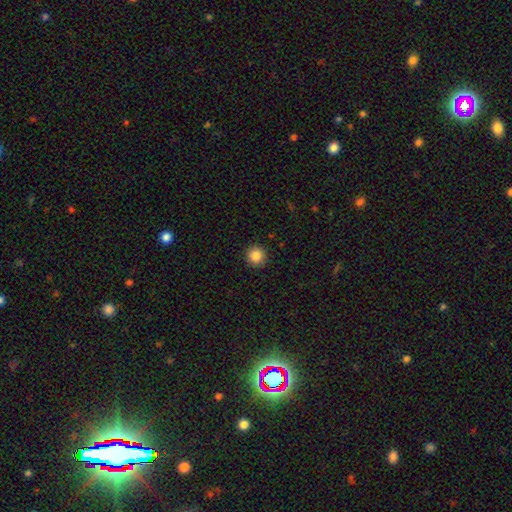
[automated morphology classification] smooth-or-featured: smooth: 86% | star or artifact: 10% | featured or disk: 4%
  how-rounded: round: 96% | in between: 3% | cigar-shaped: 1%
  merging: none: 92% | minor disturbance: 5% | major disturbance: 2% | merger: 1%